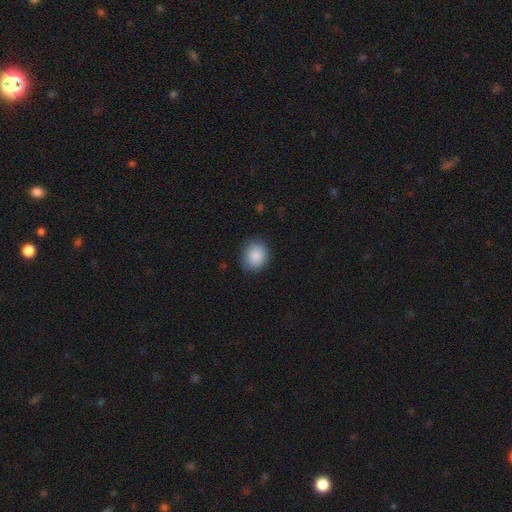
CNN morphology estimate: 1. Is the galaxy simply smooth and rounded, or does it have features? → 88% smooth, 8% star or artifact, 4% featured or disk.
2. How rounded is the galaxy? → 62% round, 37% in between, 1% cigar-shaped.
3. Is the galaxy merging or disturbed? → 83% none, 13% minor disturbance, 3% major disturbance, 1% merger.